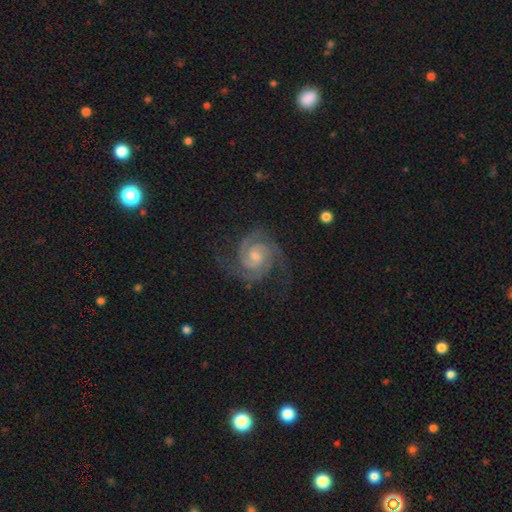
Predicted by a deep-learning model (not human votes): The model was most divided on "bulge size": small: 47%, moderate: 42%, none: 7%, large: 3%, dominant: 1%. More confident: spiral arms — yes (99%); edge-on disk — no (98%); smooth or featured — featured or disk (91%); merging — none (76%); spiral arm count — 2 (76%); spiral winding — tight (57%); bar — no (53%).